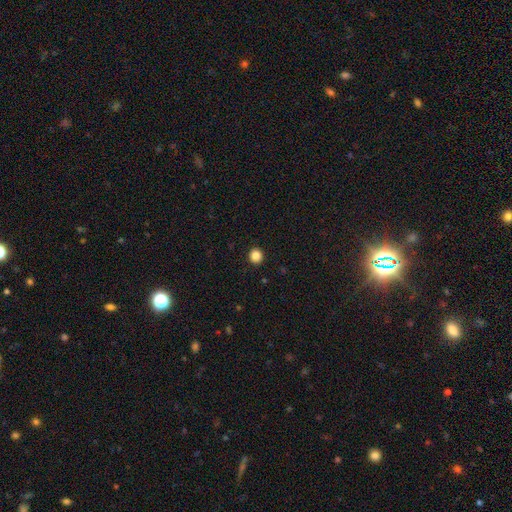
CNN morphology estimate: Overall: smooth (85%). How rounded: round (92%). Merging: none (93%).